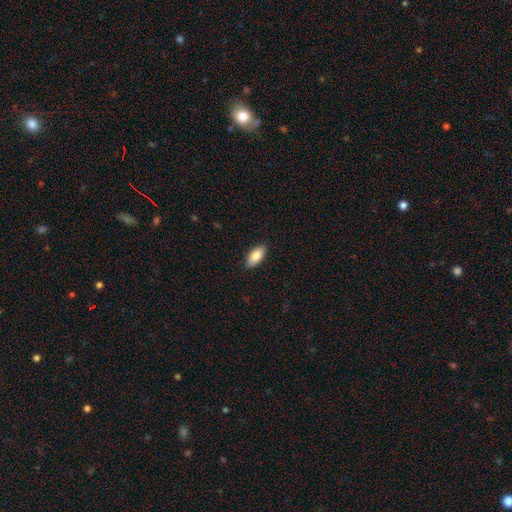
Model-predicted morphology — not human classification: Smooth or featured? smooth (84%)
How rounded? in between (90%)
Merging? none (89%)